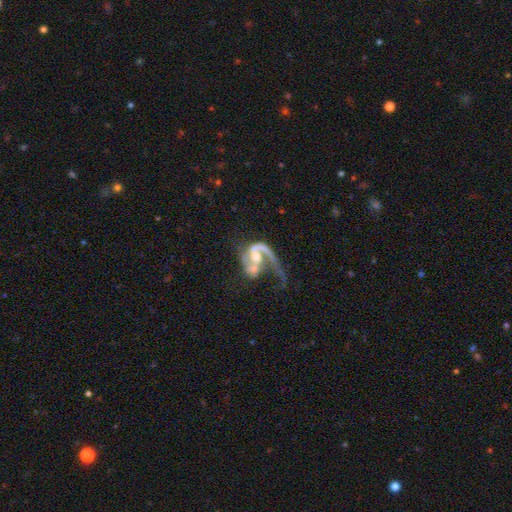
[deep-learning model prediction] Smooth or featured: featured or disk — 88% (smooth — 7%)
Edge-on disk: no — 98% (yes — 2%)
Bar: no — 43% (weak — 40%)
Spiral arms: yes — 94% (no — 6%)
Spiral winding: loose — 53% (medium — 37%)
Spiral arm count: 2 — 50% (1 — 42%)
Bulge size: moderate — 57% (small — 31%)
Merging: major disturbance — 41% (none — 24%)